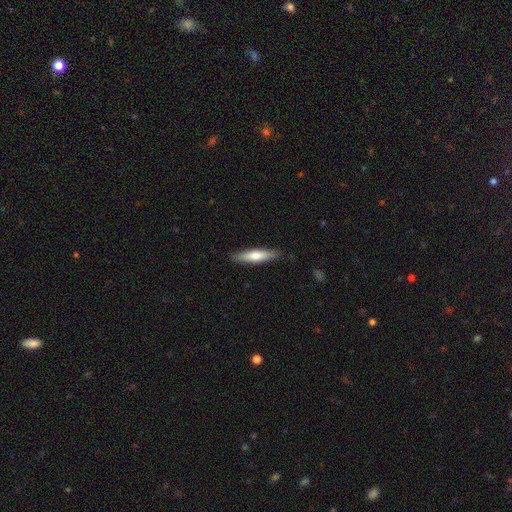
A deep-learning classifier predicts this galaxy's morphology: type=smooth (61%); roundness=cigar-shaped (82%); merging=none (88%).